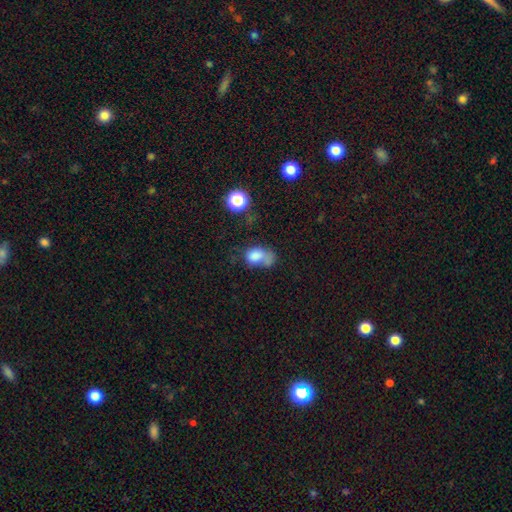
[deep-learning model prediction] smooth-or-featured: smooth: 75% | featured or disk: 14% | star or artifact: 11%
  how-rounded: in between: 72% | round: 27% | cigar-shaped: 1%
  merging: merger: 30% | none: 25% | major disturbance: 24% | minor disturbance: 21%